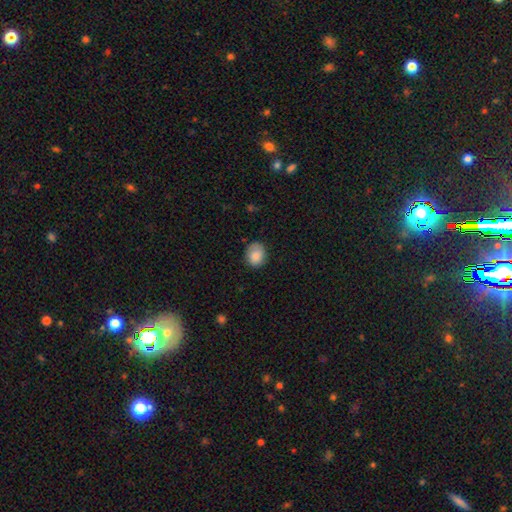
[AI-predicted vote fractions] Overall: smooth (83%). How rounded: round (52%; in between 47%). Merging: none (74%).